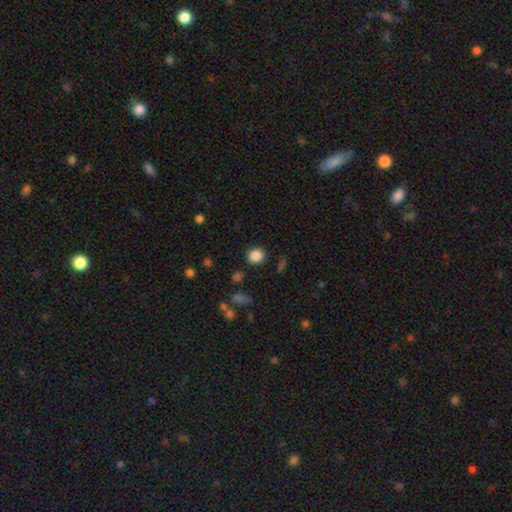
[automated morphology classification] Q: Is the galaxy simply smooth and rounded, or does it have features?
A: smooth — 86%.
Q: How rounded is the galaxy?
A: round — 81%.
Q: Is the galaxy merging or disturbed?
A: none — 88%.